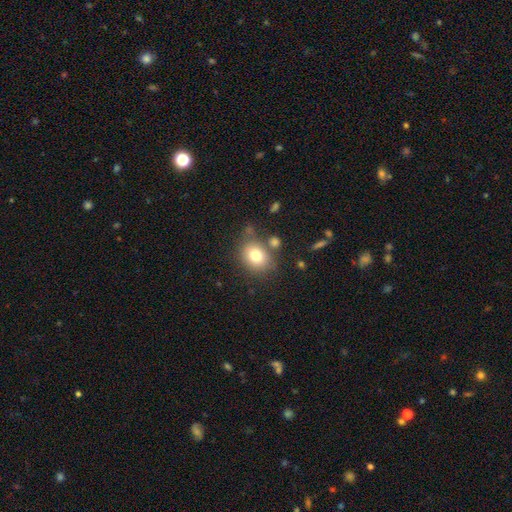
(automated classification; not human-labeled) Q: Smooth or featured?
A: smooth (78%); runner-up: featured or disk (12%)
Q: How rounded?
A: round (55%); runner-up: in between (44%)
Q: Merging?
A: none (68%); runner-up: minor disturbance (16%)